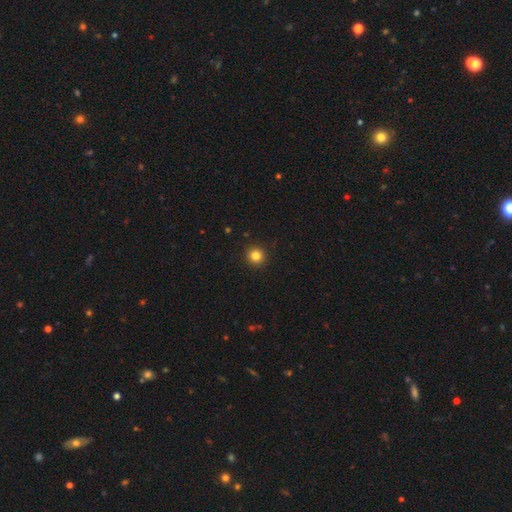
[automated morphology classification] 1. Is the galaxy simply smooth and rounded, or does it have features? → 83% smooth, 13% star or artifact, 5% featured or disk.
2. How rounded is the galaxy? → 95% round, 4% in between, 1% cigar-shaped.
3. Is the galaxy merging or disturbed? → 93% none, 4% minor disturbance, 2% major disturbance, 1% merger.